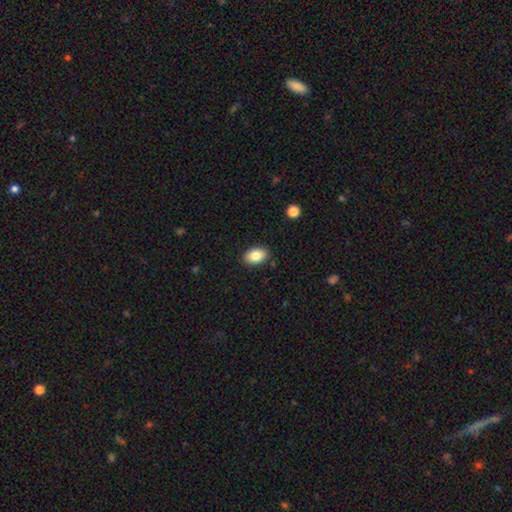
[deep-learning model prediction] smooth 85%, star or artifact 8%, featured or disk 7%. Down the decision tree: how rounded — in between (87%); merging — none (88%).